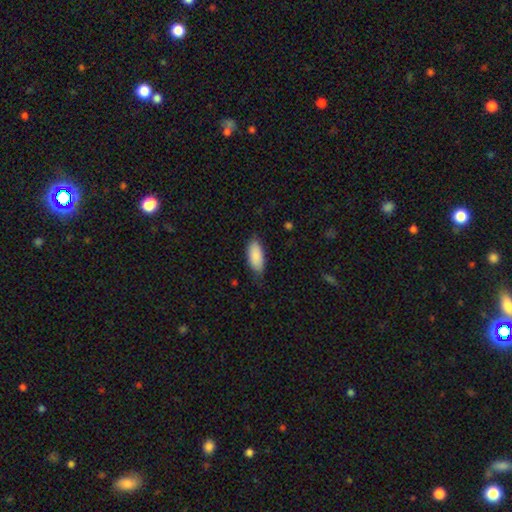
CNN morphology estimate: Smooth or featured? Predicted: smooth (p=0.88). How rounded? Predicted: in between (p=0.86). Merging? Predicted: none (p=0.77).